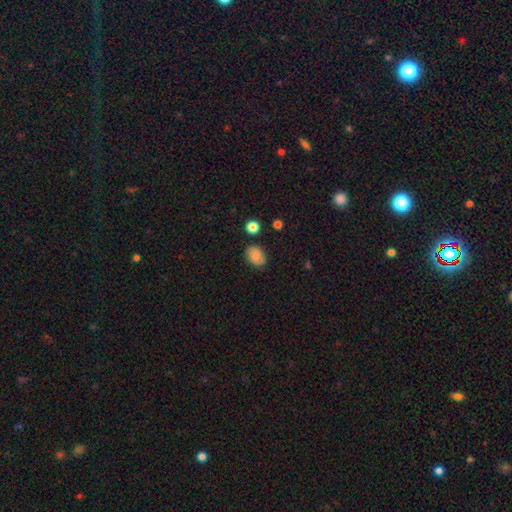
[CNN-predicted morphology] Overall: smooth (81%). How rounded: in between (72%). Merging: none (82%).